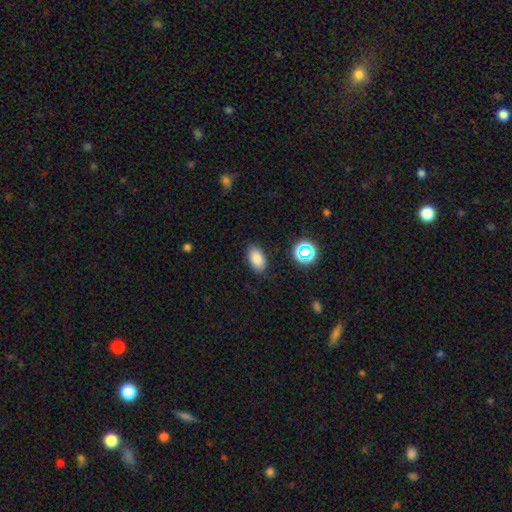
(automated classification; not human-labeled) smooth_or_featured: smooth (p=0.82) [alt: star or artifact p=0.11]
how_rounded: in between (p=0.91) [alt: round p=0.06]
merging: none (p=0.86) [alt: minor disturbance p=0.10]